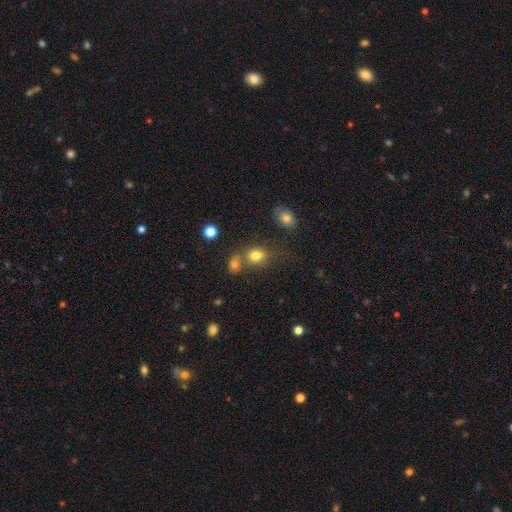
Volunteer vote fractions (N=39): A smooth galaxy with no disk features (87%) that is round (65%). Merging: none (39%).